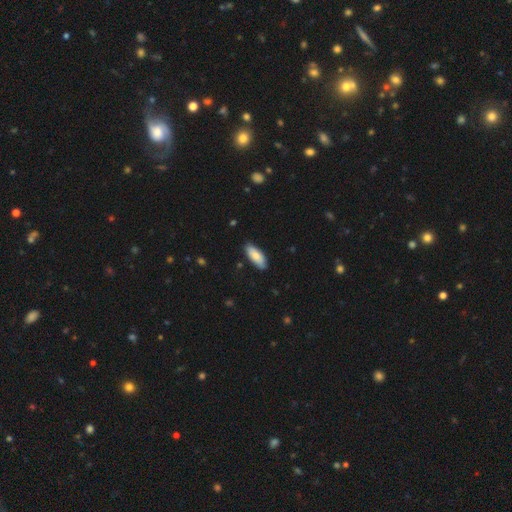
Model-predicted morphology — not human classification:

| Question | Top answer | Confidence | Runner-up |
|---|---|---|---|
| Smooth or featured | smooth | 80% | featured or disk (14%) |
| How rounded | in between | 78% | cigar-shaped (20%) |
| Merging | none | 85% | minor disturbance (12%) |